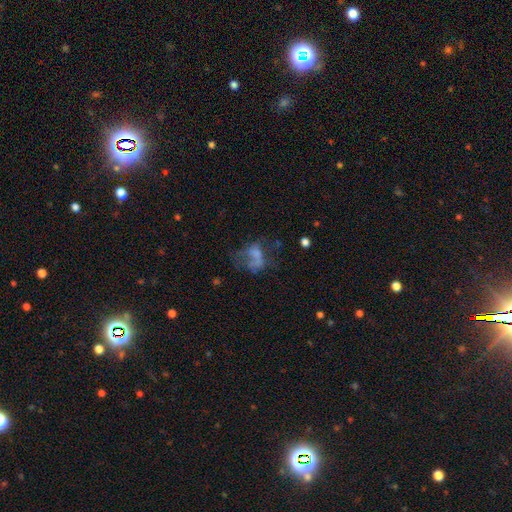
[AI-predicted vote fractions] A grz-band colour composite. It shows a smooth galaxy with no disk features (42%). Merging: major disturbance (44%).